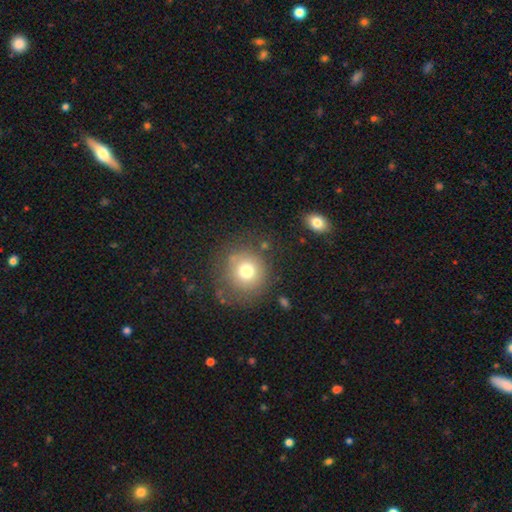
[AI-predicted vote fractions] Smooth or featured? smooth (56%)
How rounded? round (90%)
Merging? none (76%)